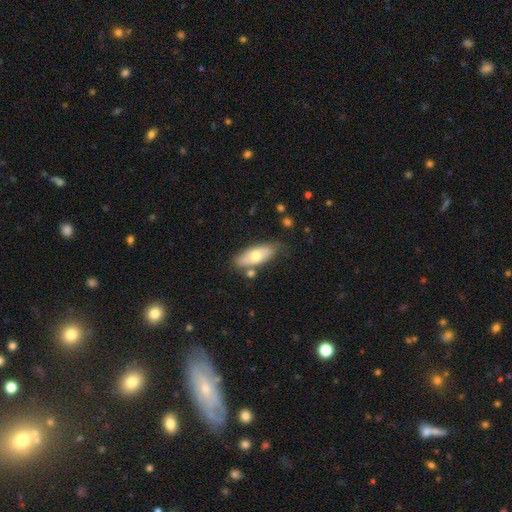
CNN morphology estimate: smooth 58%, featured or disk 36%, star or artifact 6%. Down the decision tree: how rounded — in between (79%); merging — none (67%).